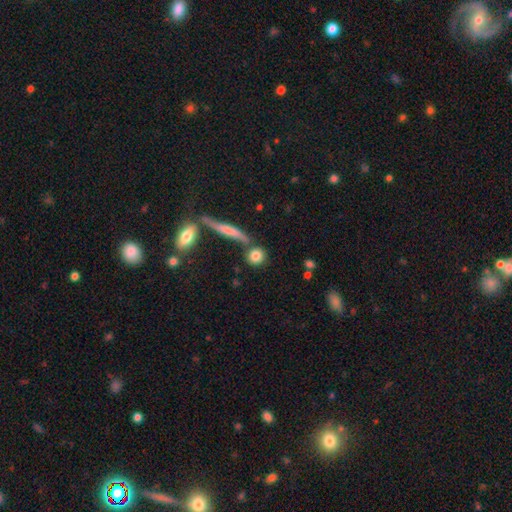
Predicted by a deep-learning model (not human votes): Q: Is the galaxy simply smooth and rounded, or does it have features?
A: smooth — 81%.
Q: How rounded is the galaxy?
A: round — 82%.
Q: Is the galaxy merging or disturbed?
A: none — 69%.